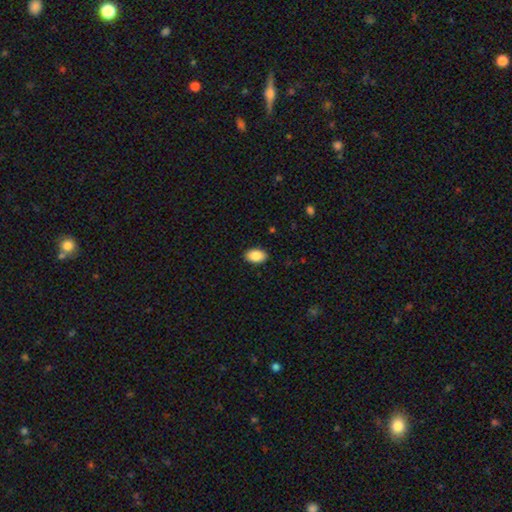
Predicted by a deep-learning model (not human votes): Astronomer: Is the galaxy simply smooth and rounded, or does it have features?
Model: smooth — 87%.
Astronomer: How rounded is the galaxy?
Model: in between — 90%.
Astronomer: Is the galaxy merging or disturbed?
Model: none — 90%.